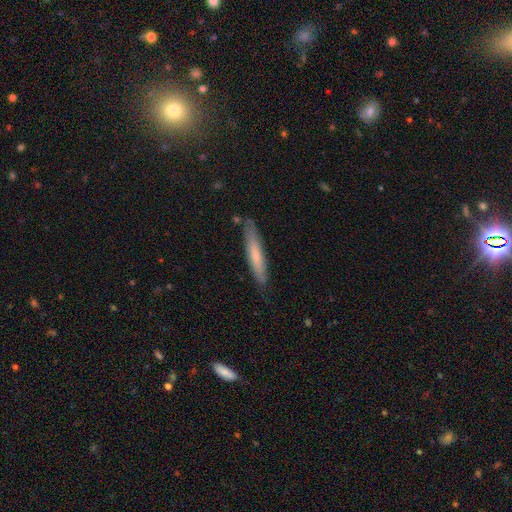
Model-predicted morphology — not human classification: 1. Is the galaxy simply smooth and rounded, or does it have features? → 60% smooth, 34% featured or disk, 6% star or artifact.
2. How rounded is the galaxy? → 91% cigar-shaped, 7% in between, 1% round.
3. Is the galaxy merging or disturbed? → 82% none, 14% minor disturbance, 2% major disturbance, 2% merger.